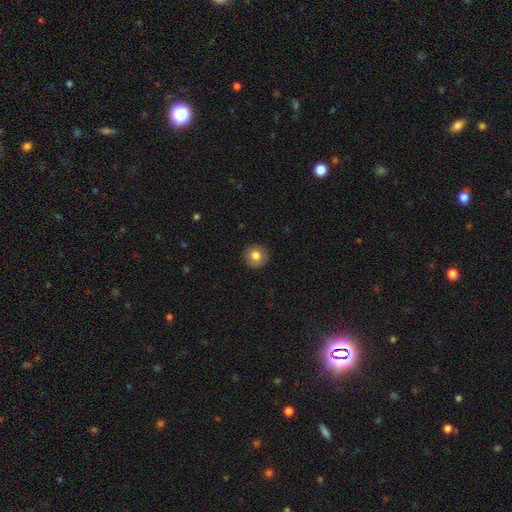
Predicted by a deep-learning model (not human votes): Smooth or featured? Predicted: smooth (p=0.80). How rounded? Predicted: round (p=0.94). Merging? Predicted: none (p=0.90).